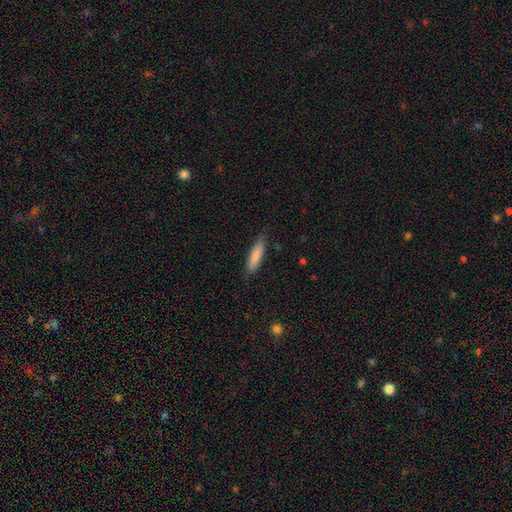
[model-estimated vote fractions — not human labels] Q: Smooth or featured?
A: smooth (84%); runner-up: featured or disk (10%)
Q: How rounded?
A: cigar-shaped (67%); runner-up: in between (32%)
Q: Merging?
A: none (79%); runner-up: minor disturbance (17%)